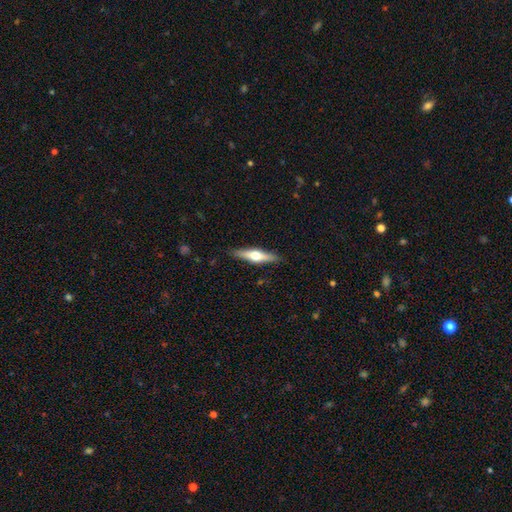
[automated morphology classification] The model was most divided on "smooth or featured": featured or disk: 59%, smooth: 35%, star or artifact: 6%. More confident: edge-on disk — yes (95%); edge-on bulge — rounded (95%); merging — none (89%).